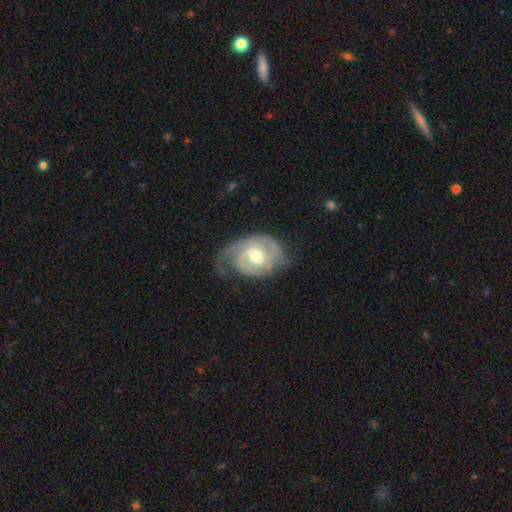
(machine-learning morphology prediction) smooth-or-featured: featured or disk: 85% | smooth: 11% | star or artifact: 4%
  disk-edge-on: no: 97% | yes: 3%
    bar: no: 54% | weak: 38% | strong: 8%
    has-spiral-arms: yes: 95% | no: 5%
      spiral-winding: tight: 52% | medium: 36% | loose: 12%
      spiral-arm-count: 2: 54% | can't tell: 17% | 1: 12% | 3: 12% | 4: 3% | more than 4: 2%
    bulge-size: moderate: 71% | small: 21% | large: 6% | none: 1% | dominant: 1%
  merging: none: 53% | minor disturbance: 28% | major disturbance: 17% | merger: 2%